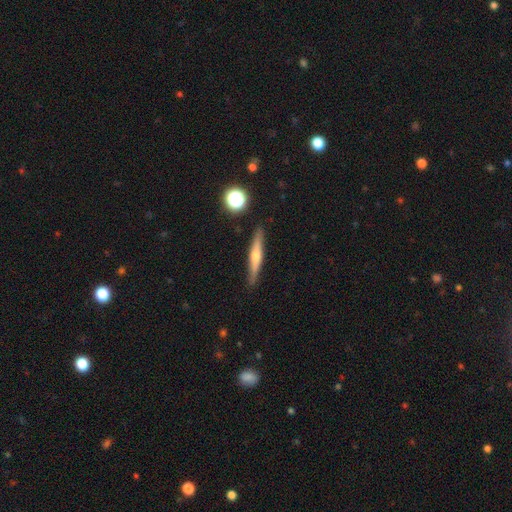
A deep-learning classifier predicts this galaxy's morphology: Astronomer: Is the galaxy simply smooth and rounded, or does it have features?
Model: featured or disk — 61%.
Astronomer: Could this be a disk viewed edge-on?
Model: yes — 96%.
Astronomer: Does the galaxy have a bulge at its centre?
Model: rounded — 83%.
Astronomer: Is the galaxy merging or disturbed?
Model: none — 89%.